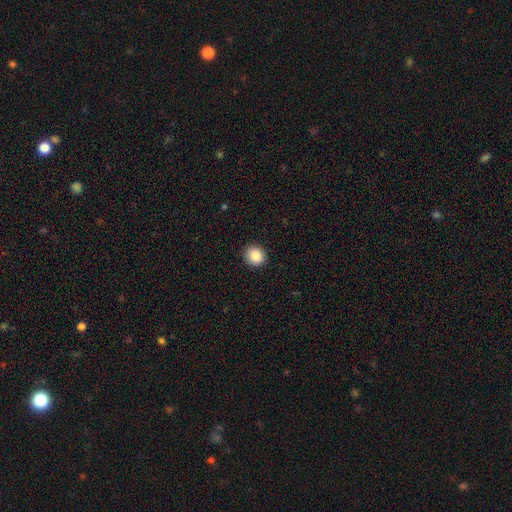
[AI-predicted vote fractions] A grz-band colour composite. It shows a smooth galaxy with no disk features (87%) that is round (85%). Merging: none (91%).